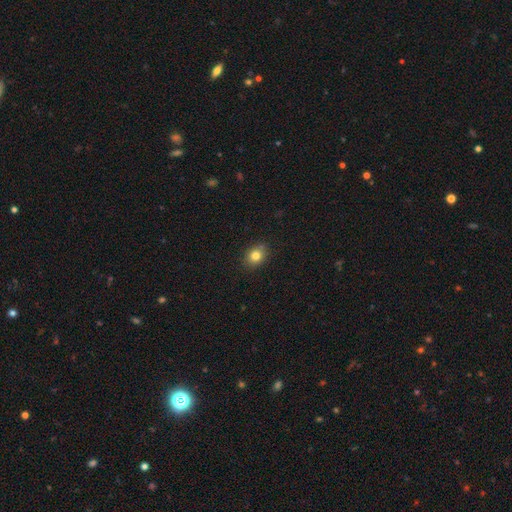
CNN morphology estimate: Smooth or featured? smooth (81%)
How rounded? round (51%)
Merging? none (84%)